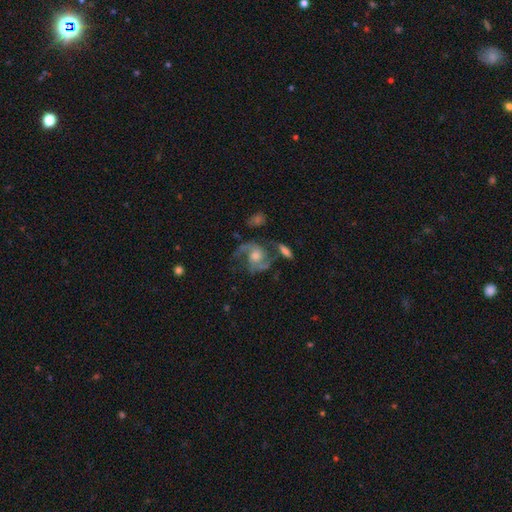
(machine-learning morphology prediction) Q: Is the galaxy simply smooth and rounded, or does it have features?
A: featured or disk — 85%.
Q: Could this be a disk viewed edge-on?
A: no — 97%.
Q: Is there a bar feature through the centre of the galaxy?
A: no — 65%.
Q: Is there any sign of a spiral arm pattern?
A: yes — 96%.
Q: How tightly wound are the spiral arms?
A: medium — 55%.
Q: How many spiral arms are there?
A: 2 — 85%.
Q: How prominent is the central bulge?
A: moderate — 60%.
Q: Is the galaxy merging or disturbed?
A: none — 59%.